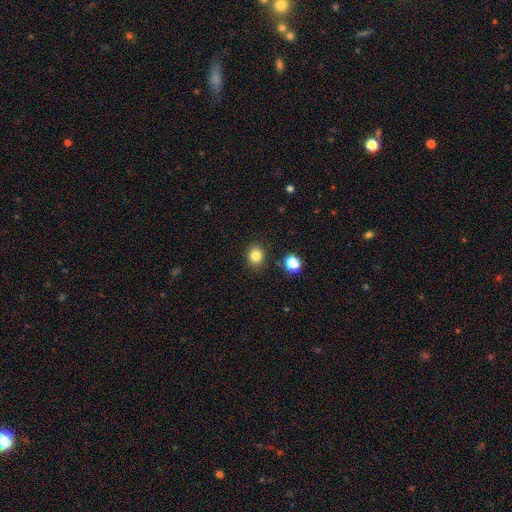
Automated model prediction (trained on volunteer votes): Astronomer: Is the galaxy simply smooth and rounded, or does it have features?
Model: smooth — 82%.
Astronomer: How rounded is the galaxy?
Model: round — 75%.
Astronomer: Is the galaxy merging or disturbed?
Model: none — 88%.